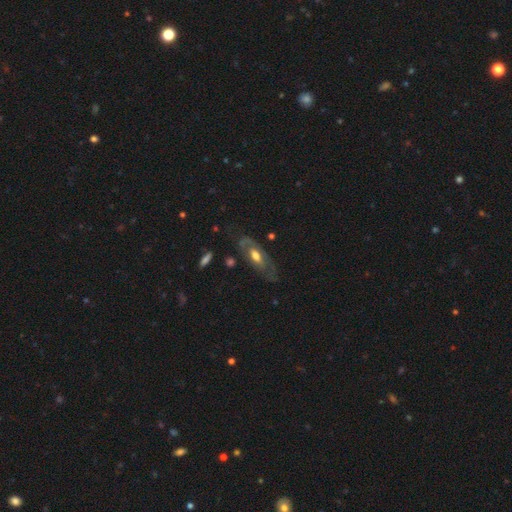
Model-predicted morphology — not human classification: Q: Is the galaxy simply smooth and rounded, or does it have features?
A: featured or disk — 66%.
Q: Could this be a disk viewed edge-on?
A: no — 81%.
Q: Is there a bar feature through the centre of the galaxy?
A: no — 66%.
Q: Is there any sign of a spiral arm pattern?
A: yes — 51%.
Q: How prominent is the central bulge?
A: moderate — 60%.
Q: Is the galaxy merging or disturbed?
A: none — 64%.